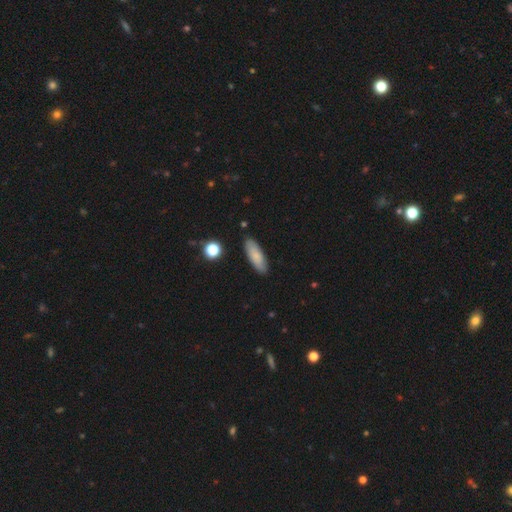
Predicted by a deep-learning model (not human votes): Smooth or featured? smooth (78%)
How rounded? in between (57%)
Merging? none (87%)